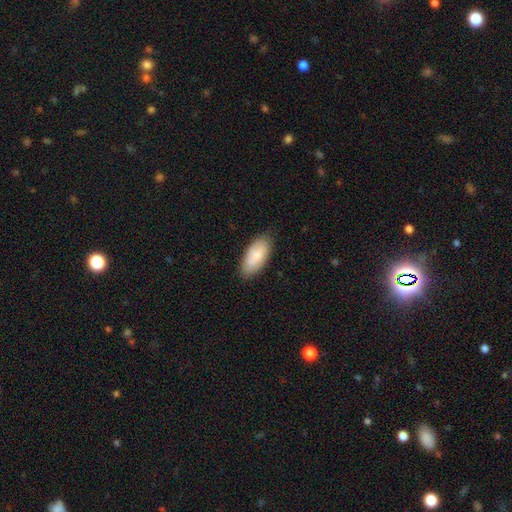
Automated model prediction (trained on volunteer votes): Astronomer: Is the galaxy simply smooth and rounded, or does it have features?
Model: smooth — 81%.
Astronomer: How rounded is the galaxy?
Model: in between — 90%.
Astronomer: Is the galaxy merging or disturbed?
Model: none — 82%.